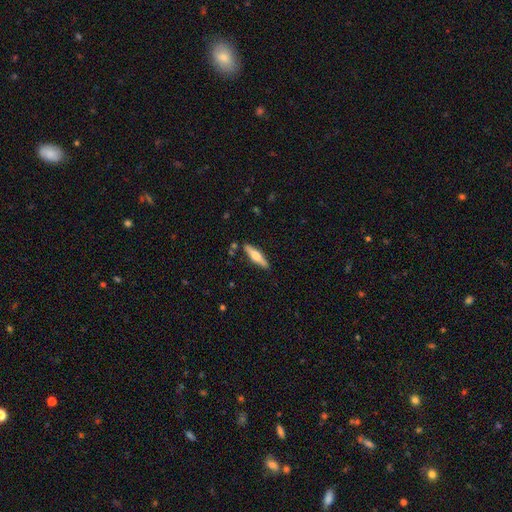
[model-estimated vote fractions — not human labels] Smooth or featured: featured or disk — 52% (smooth — 43%)
Edge-on disk: yes — 95% (no — 5%)
Merging: none — 87% (minor disturbance — 9%)